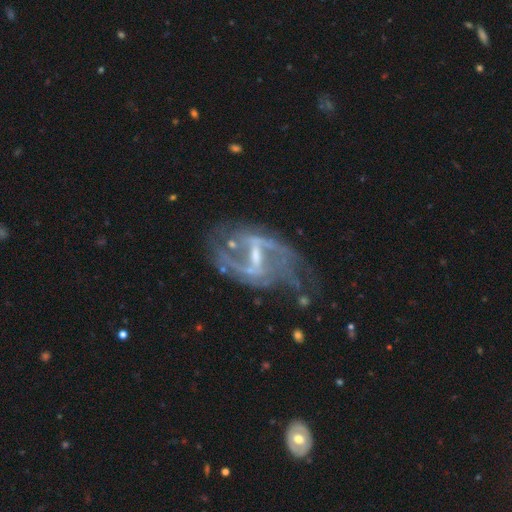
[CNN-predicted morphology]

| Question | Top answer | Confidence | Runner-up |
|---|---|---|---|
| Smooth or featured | featured or disk | 89% | star or artifact (6%) |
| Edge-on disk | no | 96% | yes (4%) |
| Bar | strong | 49% | weak (42%) |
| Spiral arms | yes | 92% | no (8%) |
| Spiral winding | loose | 47% | medium (39%) |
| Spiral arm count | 2 | 79% | can't tell (10%) |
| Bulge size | small | 50% | moderate (33%) |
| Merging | none | 53% | minor disturbance (22%) |